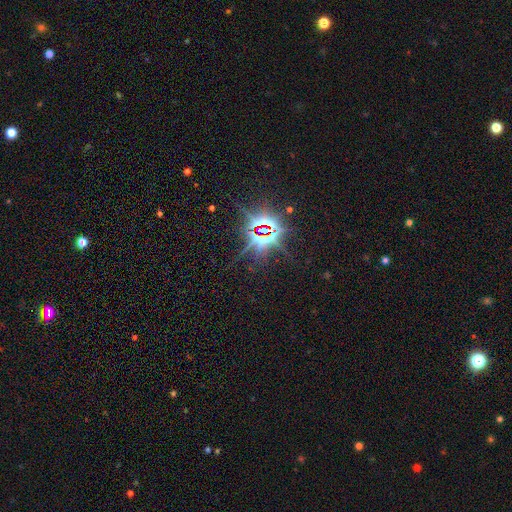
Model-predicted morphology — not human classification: type=star or artifact (86%).